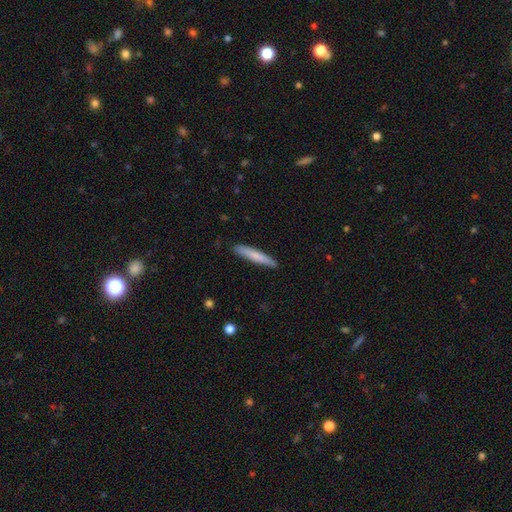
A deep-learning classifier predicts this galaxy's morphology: A smooth galaxy with no disk features (75%) that is cigar-shaped (94%). Merging: none (89%).